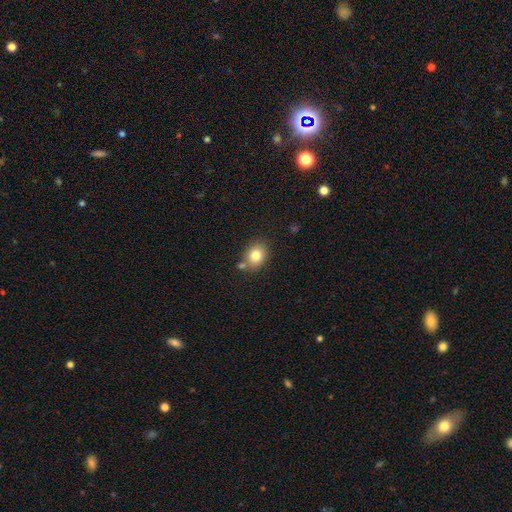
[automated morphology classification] This is clearly a smooth galaxy (80%). How rounded: possibly round (57%). Merging: likely none (72%).